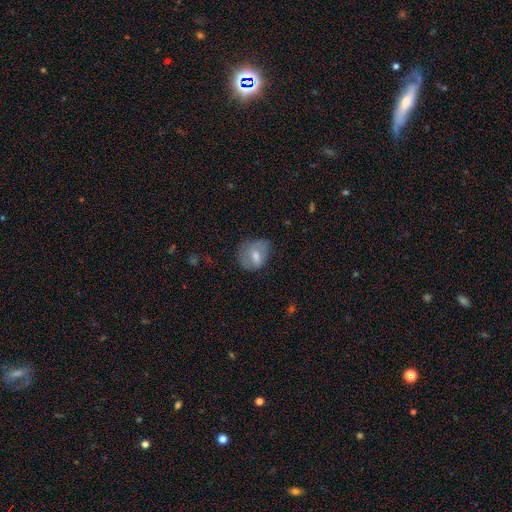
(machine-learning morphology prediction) smooth-or-featured: smooth: 66% | featured or disk: 25% | star or artifact: 9%
  how-rounded: round: 51% | in between: 48% | cigar-shaped: 1%
  merging: none: 50% | minor disturbance: 32% | major disturbance: 16% | merger: 2%